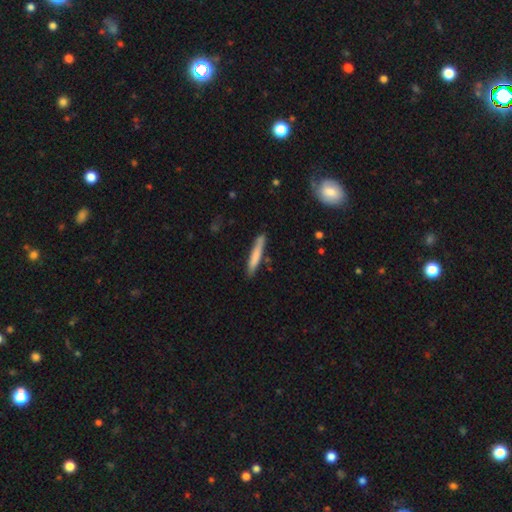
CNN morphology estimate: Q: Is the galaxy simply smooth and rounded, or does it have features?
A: smooth — 75%.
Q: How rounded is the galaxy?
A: cigar-shaped — 94%.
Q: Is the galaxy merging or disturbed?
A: none — 83%.